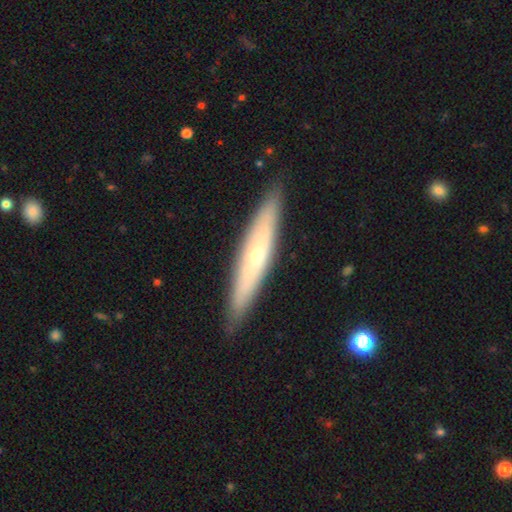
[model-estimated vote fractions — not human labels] featured or disk 47% (tied), smooth 47% (tied), star or artifact 6%. Down the decision tree: merging — none (89%).